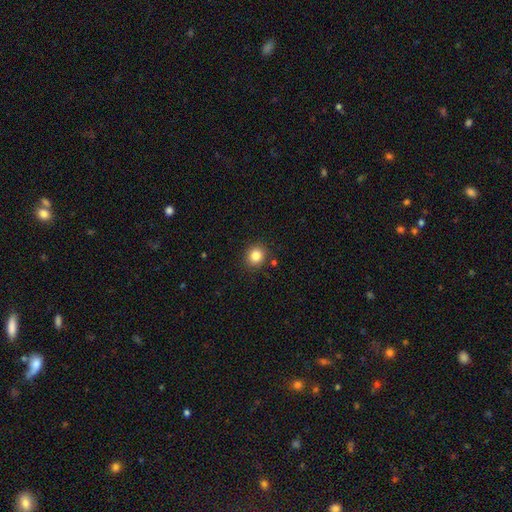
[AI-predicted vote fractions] A smooth galaxy with no disk features (84%) that is round (80%). Merging: none (88%).